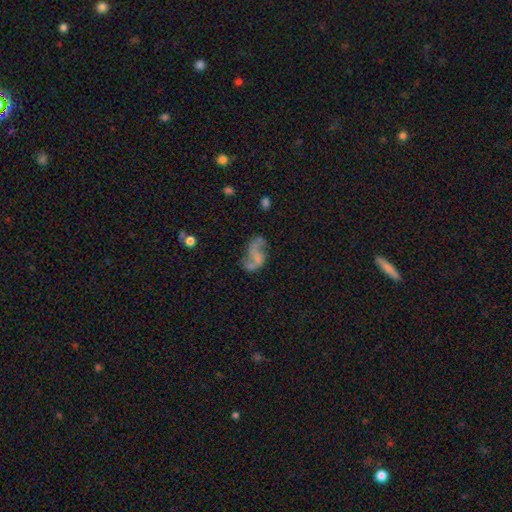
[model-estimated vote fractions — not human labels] Smooth or featured? featured or disk (72%)
Edge-on disk? no (98%)
Bar? no (55%)
Spiral arms? yes (81%)
Spiral winding? loose (81%)
Spiral arm count? 2 (88%)
Bulge size? none (71%)
Merging? none (51%)